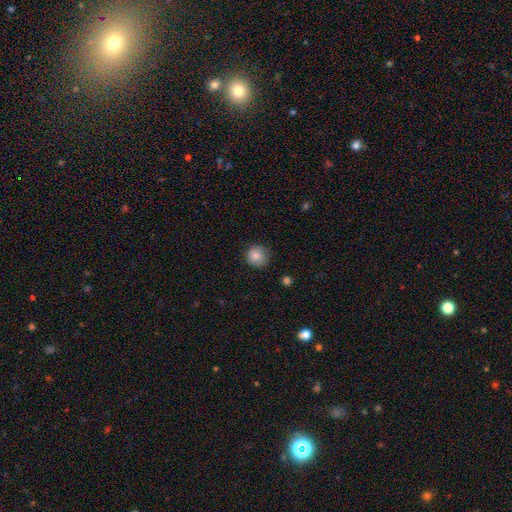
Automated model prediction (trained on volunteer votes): This appears to be a smooth galaxy with no disk features (85%) that is round (91%). Merging: none (80%).